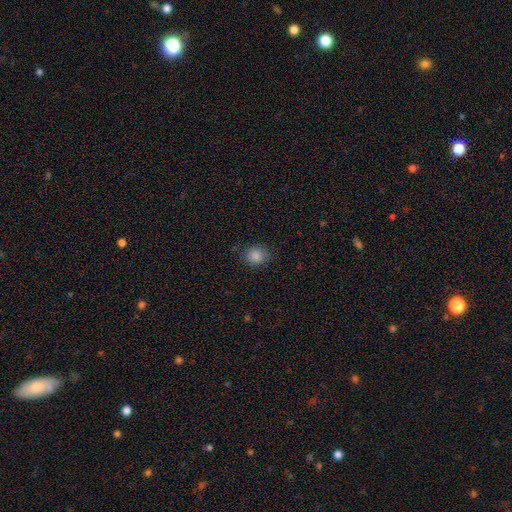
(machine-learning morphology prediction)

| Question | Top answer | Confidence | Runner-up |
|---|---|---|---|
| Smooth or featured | smooth | 86% | star or artifact (10%) |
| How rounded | round | 70% | in between (29%) |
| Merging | none | 84% | minor disturbance (12%) |